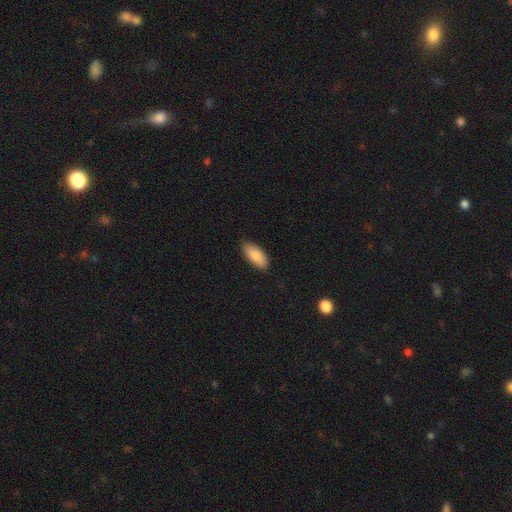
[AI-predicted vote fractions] The model was most divided on "merging": none: 84%, minor disturbance: 13%, major disturbance: 2%, merger: 1%. More confident: smooth or featured — smooth (85%); how rounded — in between (85%).